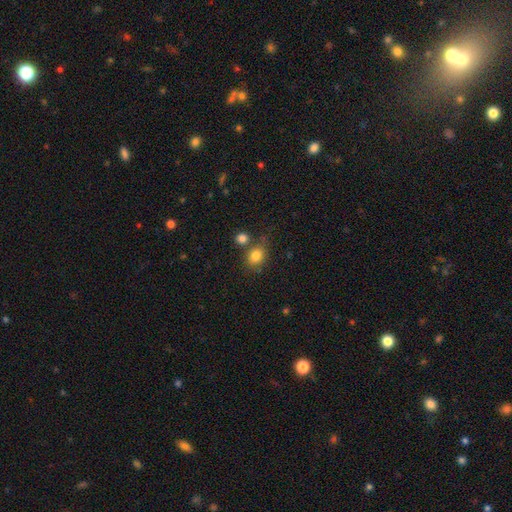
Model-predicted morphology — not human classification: A smooth galaxy with no disk features (82%) that is round (53%).

Vote fractions:
- Smooth or featured? smooth: 82% / star or artifact: 11% / featured or disk: 7%
- How rounded? round: 53% / in between: 45% / cigar-shaped: 1%
- Merging? none: 62% / merger: 19% / minor disturbance: 14% / major disturbance: 5%